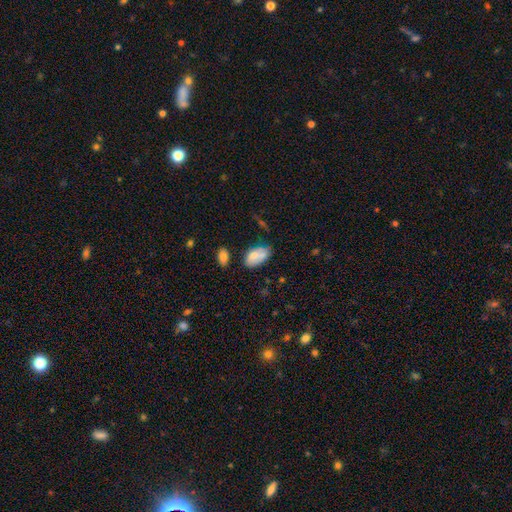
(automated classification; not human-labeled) A smooth galaxy with no disk features (71%) that is in between round and cigar-shaped (94%).

Vote fractions:
- Smooth or featured? smooth: 71% / featured or disk: 22% / star or artifact: 7%
- How rounded? in between: 94% / round: 4% / cigar-shaped: 2%
- Merging? none: 51% / minor disturbance: 29% / merger: 11% / major disturbance: 8%